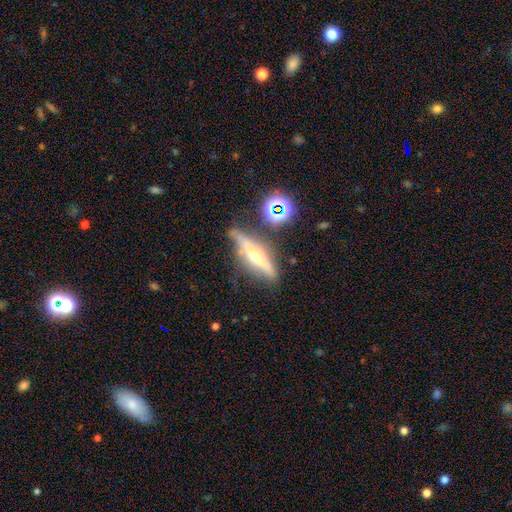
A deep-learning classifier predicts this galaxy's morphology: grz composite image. It shows a featured or disk galaxy (66%) viewed edge-on (90%) with a rounded central bulge (84%). Merging: none (68%).